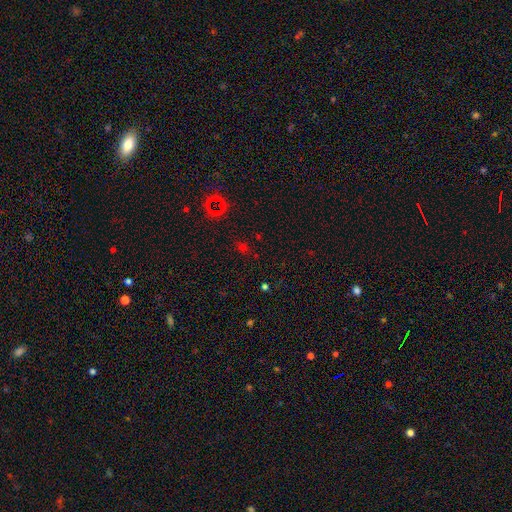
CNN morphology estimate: Smooth or featured: star or artifact — 55% (smooth — 38%)